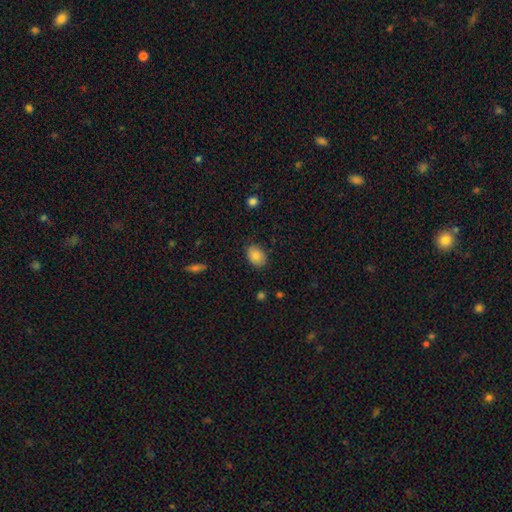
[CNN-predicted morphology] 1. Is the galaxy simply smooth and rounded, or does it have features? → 87% smooth, 8% star or artifact, 6% featured or disk.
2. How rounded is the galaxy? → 78% in between, 21% round, 1% cigar-shaped.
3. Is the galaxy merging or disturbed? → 83% none, 13% minor disturbance, 3% major disturbance, 1% merger.